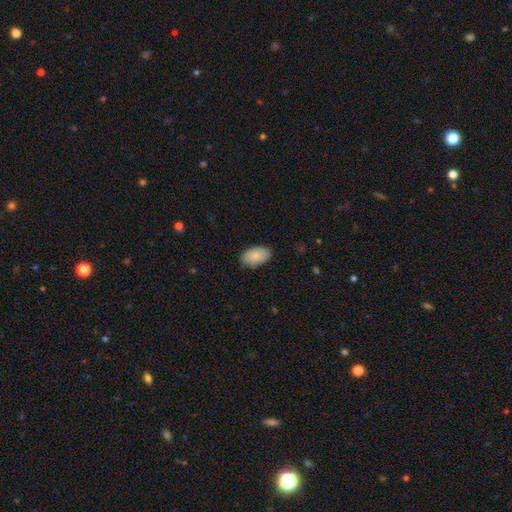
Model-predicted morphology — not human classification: Smooth or featured? Predicted: smooth (p=0.88). How rounded? Predicted: in between (p=0.94). Merging? Predicted: none (p=0.84).